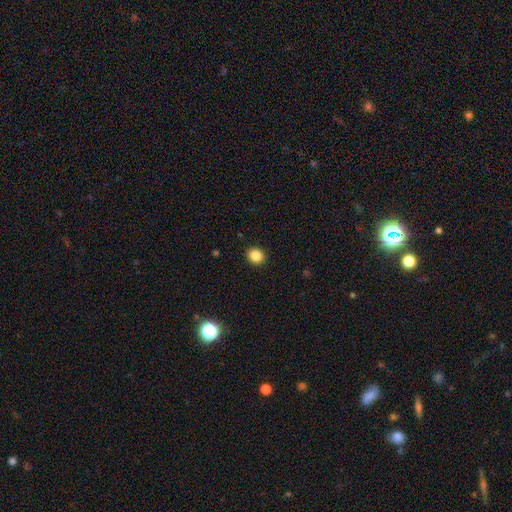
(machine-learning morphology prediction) smooth-or-featured: smooth: 85% | star or artifact: 11% | featured or disk: 4%
  how-rounded: round: 81% | in between: 18% | cigar-shaped: 1%
  merging: none: 92% | minor disturbance: 5% | major disturbance: 2% | merger: 1%